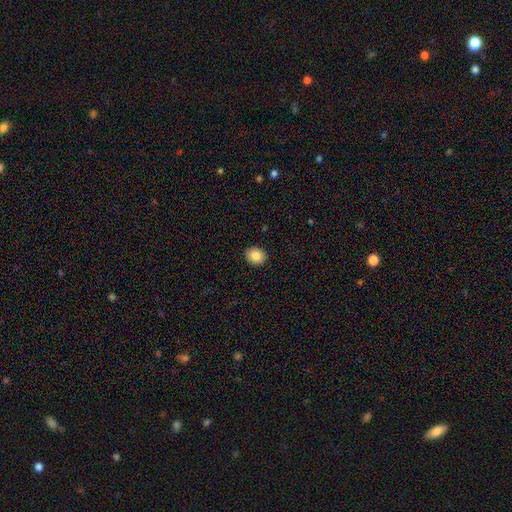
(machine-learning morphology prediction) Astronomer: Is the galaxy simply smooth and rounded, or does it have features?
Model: smooth — 85%.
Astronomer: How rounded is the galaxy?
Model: round — 56% (runner-up: in between, 43%).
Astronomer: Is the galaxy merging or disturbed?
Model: none — 91%.